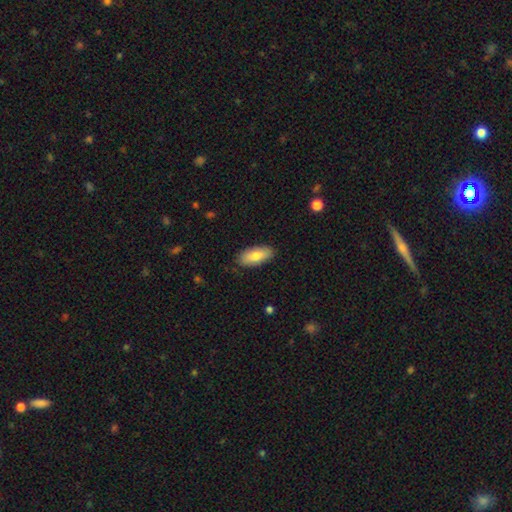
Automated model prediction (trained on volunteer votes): Smooth or featured? Predicted: smooth (p=0.79). How rounded? Predicted: in between (p=0.86). Merging? Predicted: none (p=0.87).